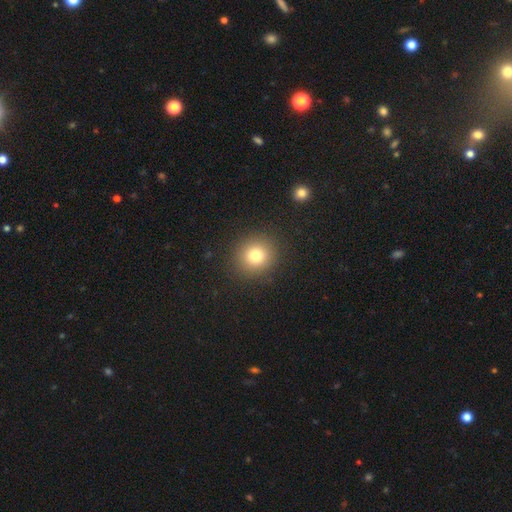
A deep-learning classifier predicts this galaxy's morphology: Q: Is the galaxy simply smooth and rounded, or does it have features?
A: smooth — 79%.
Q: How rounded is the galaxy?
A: round — 89%.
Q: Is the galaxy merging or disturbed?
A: none — 90%.